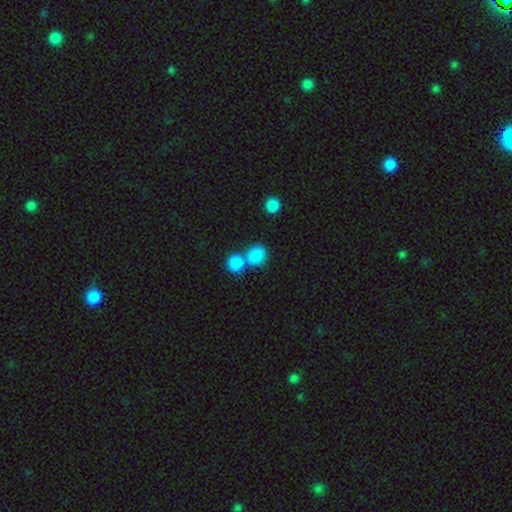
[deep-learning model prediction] Smooth or featured? Predicted: smooth (p=0.85). How rounded? Predicted: round (p=0.73). Merging? Predicted: none (p=0.48).